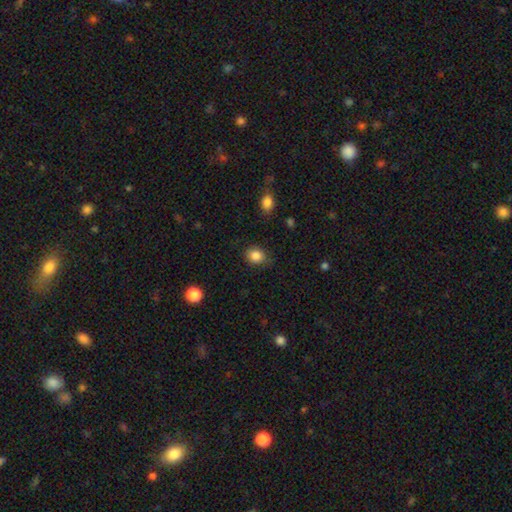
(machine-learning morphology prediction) smooth-or-featured: smooth: 86% | star or artifact: 10% | featured or disk: 4%
  how-rounded: round: 61% | in between: 38% | cigar-shaped: 1%
  merging: none: 82% | minor disturbance: 13% | major disturbance: 3% | merger: 1%